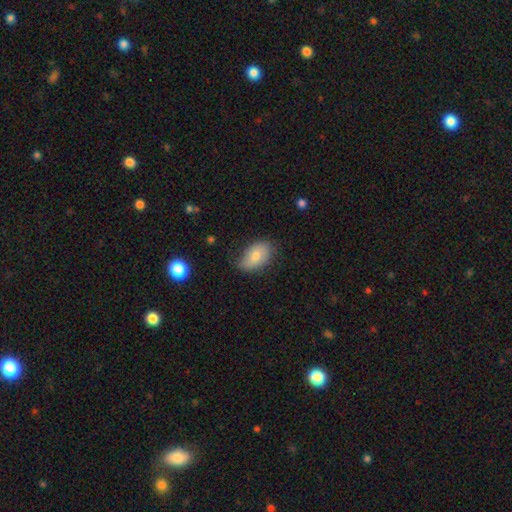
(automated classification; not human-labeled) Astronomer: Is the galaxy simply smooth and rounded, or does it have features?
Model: smooth — 71%.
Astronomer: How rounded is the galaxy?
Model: in between — 90%.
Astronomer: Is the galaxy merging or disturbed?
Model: none — 59%.